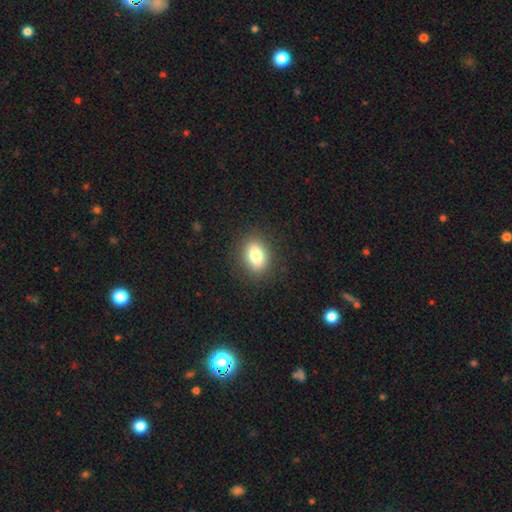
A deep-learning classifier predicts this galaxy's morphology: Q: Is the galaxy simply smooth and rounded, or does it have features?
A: smooth — 79%.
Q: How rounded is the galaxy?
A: in between — 69%.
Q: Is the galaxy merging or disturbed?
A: none — 88%.